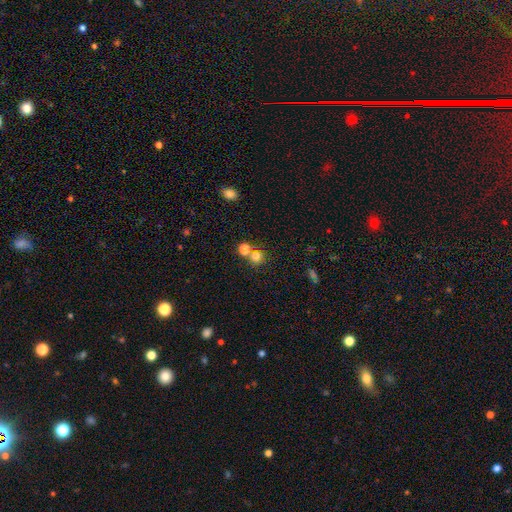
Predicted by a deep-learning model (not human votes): smooth_or_featured: smooth (p=0.76) [alt: star or artifact p=0.16]
how_rounded: round (p=0.85) [alt: in between p=0.14]
merging: none (p=0.58) [alt: merger p=0.32]